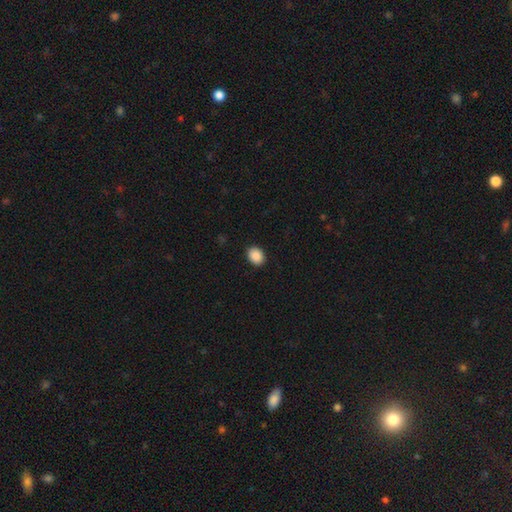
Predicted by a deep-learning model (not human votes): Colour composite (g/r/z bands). It shows a smooth galaxy with no disk features (90%) that is in between round and cigar-shaped (56%). Merging: none (90%).